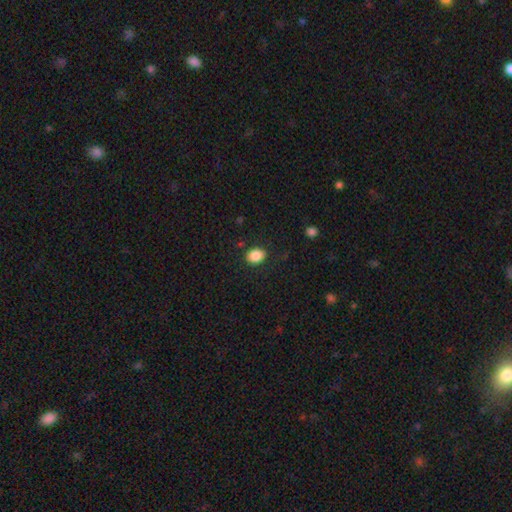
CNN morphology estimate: This is clearly a smooth galaxy (87%). How rounded: likely in between (65%). Merging: clearly none (85%).